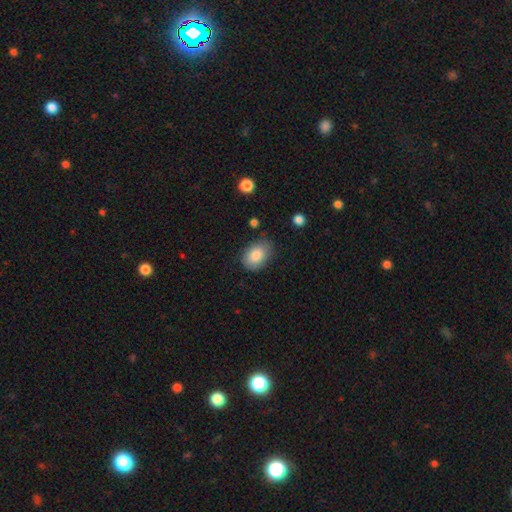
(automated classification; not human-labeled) smooth_or_featured: smooth (p=0.86) [alt: featured or disk p=0.07]
how_rounded: in between (p=0.82) [alt: round p=0.17]
merging: none (p=0.74) [alt: minor disturbance p=0.20]